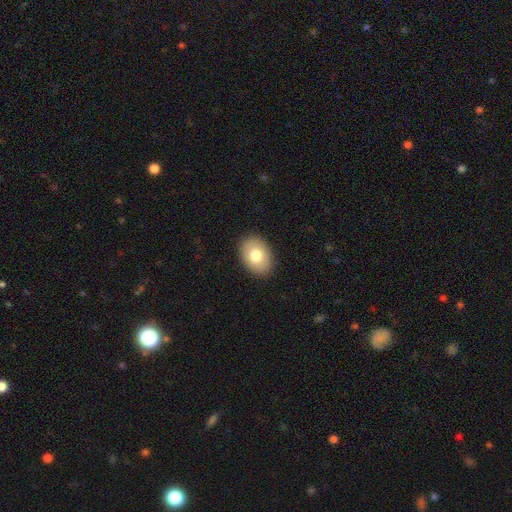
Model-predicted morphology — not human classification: Smooth or featured? smooth (78%)
How rounded? in between (80%)
Merging? none (89%)